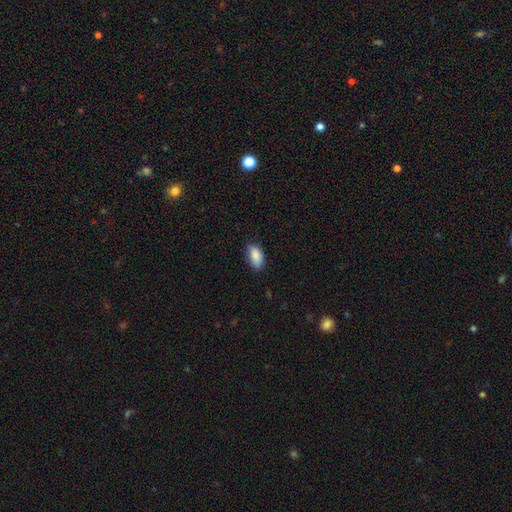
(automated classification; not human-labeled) A smooth galaxy with no disk features (88%) that is in between round and cigar-shaped (93%).

Vote fractions:
- Smooth or featured? smooth: 88% / star or artifact: 7% / featured or disk: 6%
- How rounded? in between: 93% / cigar-shaped: 4% / round: 4%
- Merging? none: 78% / minor disturbance: 18% / major disturbance: 3% / merger: 1%